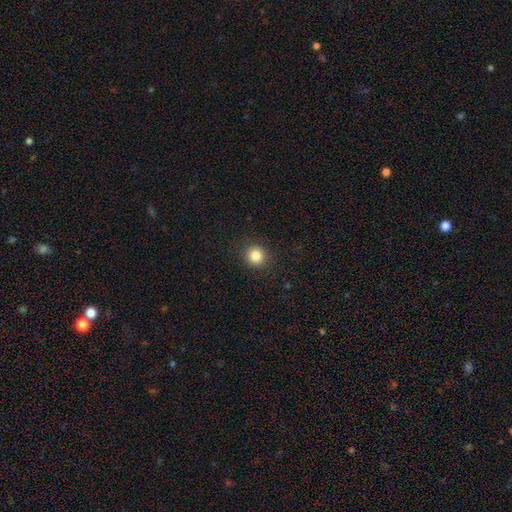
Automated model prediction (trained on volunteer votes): smooth-or-featured: smooth: 84% | star or artifact: 11% | featured or disk: 5%
  how-rounded: round: 92% | in between: 7% | cigar-shaped: 1%
  merging: none: 92% | minor disturbance: 5% | major disturbance: 2% | merger: 1%